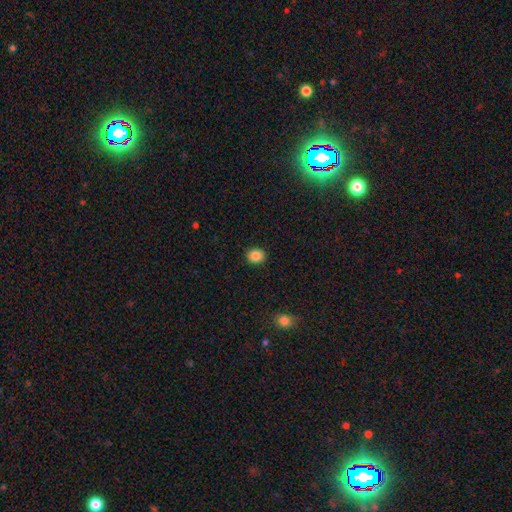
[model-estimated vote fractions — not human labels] A smooth galaxy with no disk features (86%) that is round (71%). Merging: none (91%).